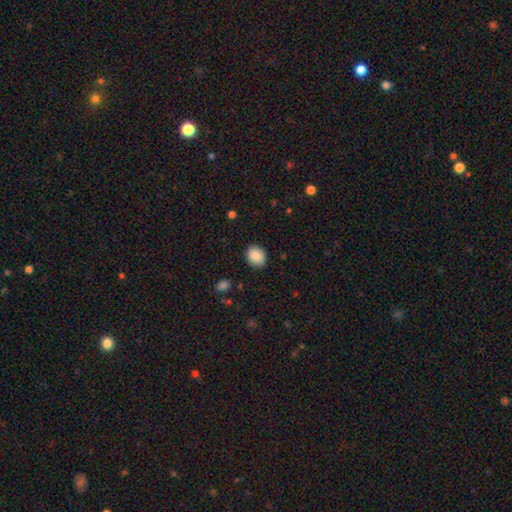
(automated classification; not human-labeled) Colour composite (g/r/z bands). It shows a smooth galaxy with no disk features (89%) that is round (54%). Merging: none (88%).